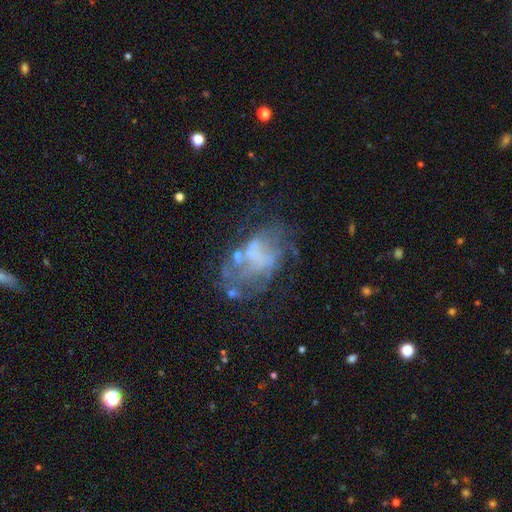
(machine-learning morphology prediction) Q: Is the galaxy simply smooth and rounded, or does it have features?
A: featured or disk — 66%.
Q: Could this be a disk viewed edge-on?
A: no — 98%.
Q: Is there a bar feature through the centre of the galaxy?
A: no — 77%.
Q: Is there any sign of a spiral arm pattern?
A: no — 70%.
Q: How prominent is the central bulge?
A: none — 70%.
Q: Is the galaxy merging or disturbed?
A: none — 37%.